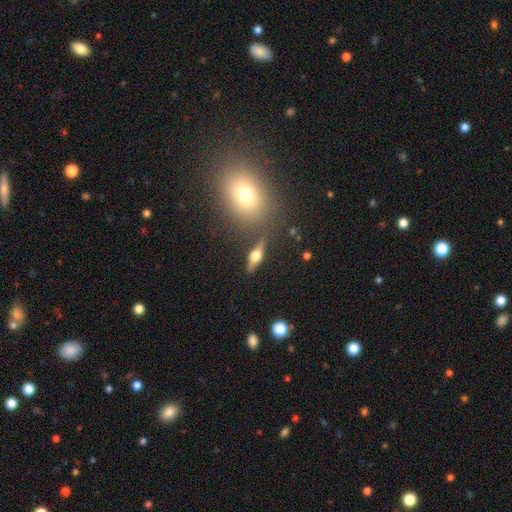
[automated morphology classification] featured or disk 53%, smooth 38%, star or artifact 9%. Down the decision tree: edge-on disk — yes (87%); merging — none (80%).